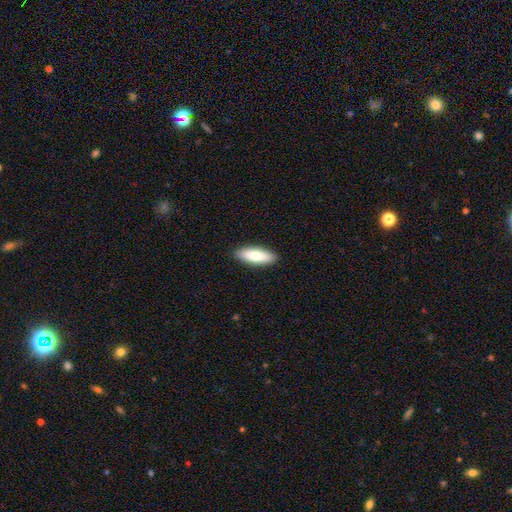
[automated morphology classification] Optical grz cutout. It shows a smooth galaxy with no disk features (79%) that is in between round and cigar-shaped (54%). Merging: none (90%).